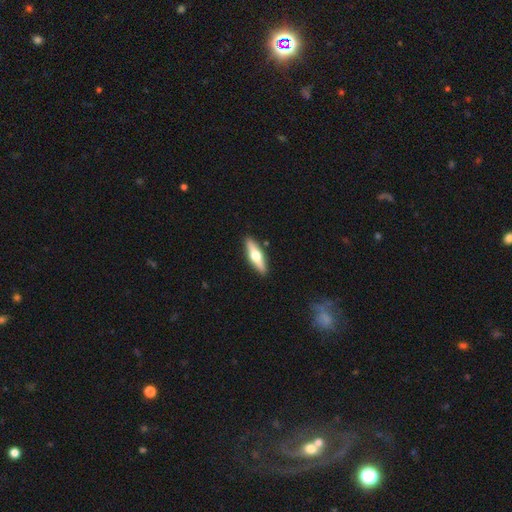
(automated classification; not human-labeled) smooth-or-featured: featured or disk: 56% | smooth: 39% | star or artifact: 5%
  disk-edge-on: yes: 94% | no: 6%
    edge-on-bulge: rounded: 95% | boxy: 3% | none: 2%
  merging: none: 90% | minor disturbance: 7% | major disturbance: 2% | merger: 1%